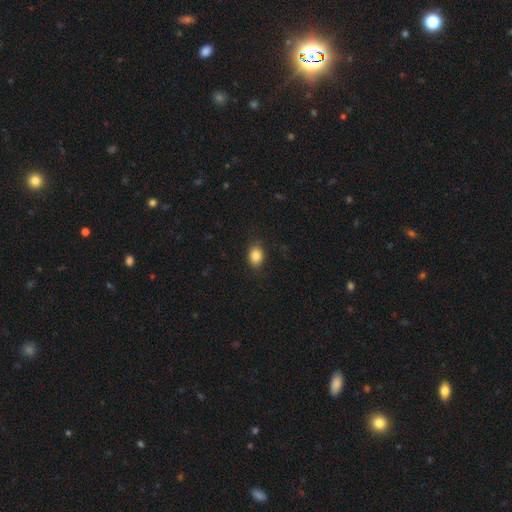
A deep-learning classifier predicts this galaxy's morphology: smooth-or-featured: smooth: 86% | star or artifact: 9% | featured or disk: 5%
  how-rounded: in between: 65% | round: 34% | cigar-shaped: 1%
  merging: none: 84% | minor disturbance: 12% | major disturbance: 3% | merger: 1%